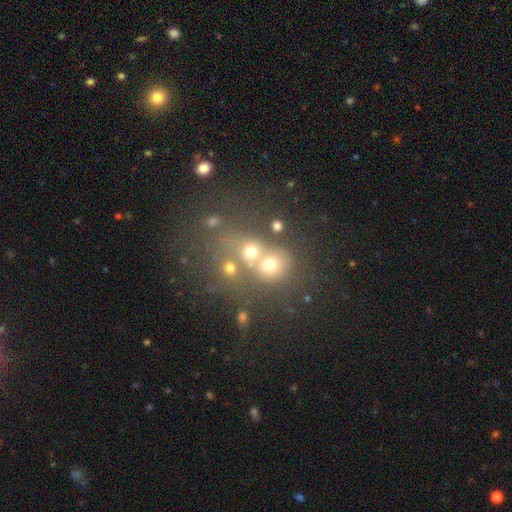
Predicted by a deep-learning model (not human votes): This appears to be a smooth galaxy with no disk features (45%). Merging: merger (49%).